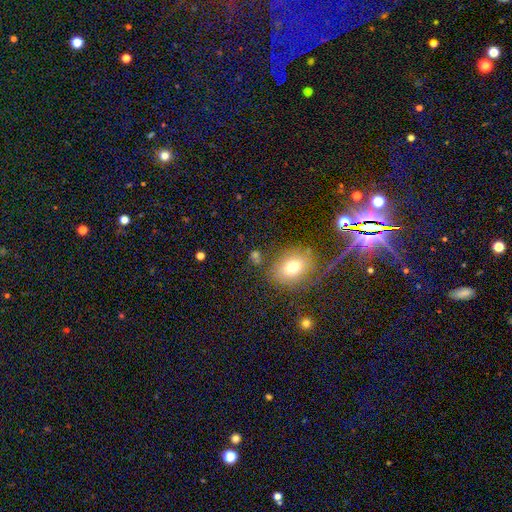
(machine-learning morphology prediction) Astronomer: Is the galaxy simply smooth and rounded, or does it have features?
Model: smooth — 66%.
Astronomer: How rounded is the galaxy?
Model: in between — 55% (runner-up: round, 42%).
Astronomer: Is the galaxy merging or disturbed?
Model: none — 73%.